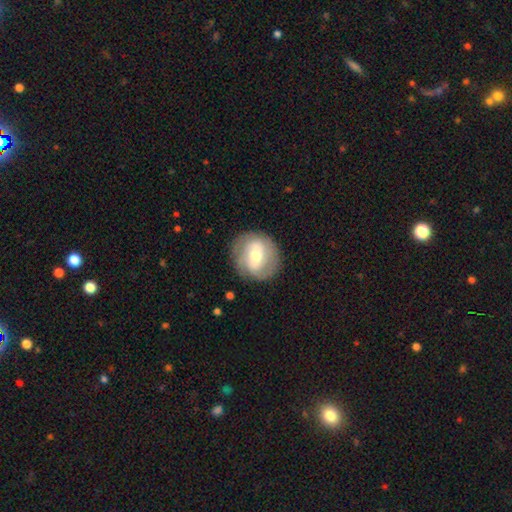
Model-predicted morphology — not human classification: This is possibly a featured or disk galaxy (56%). It is clearly not viewed edge-on (96%). Bar: marginally weak (43%). Spiral arm pattern: likely yes (69%). Central bulge: likely moderate (63%). Merging: clearly none (81%).